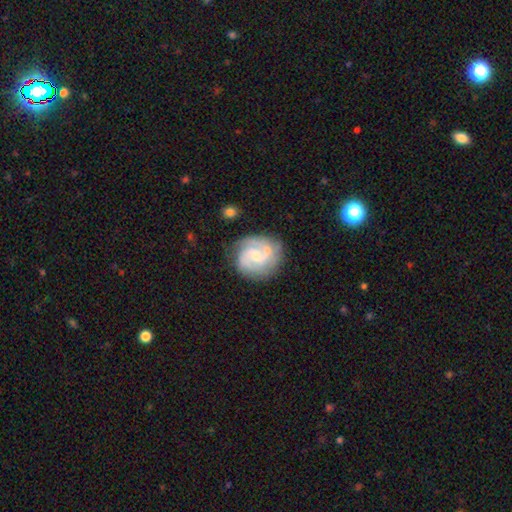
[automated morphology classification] smooth-or-featured: featured or disk: 86% | smooth: 9% | star or artifact: 5%
  disk-edge-on: no: 98% | yes: 2%
    bar: no: 51% | weak: 42% | strong: 7%
    has-spiral-arms: yes: 97% | no: 3%
      spiral-winding: tight: 46% | medium: 45% | loose: 9%
      spiral-arm-count: 2: 72% | 3: 14% | can't tell: 7% | 1: 3% | 4: 2% | more than 4: 2%
    bulge-size: small: 59% | moderate: 35% | none: 3% | large: 2% | dominant: 1%
  merging: none: 75% | minor disturbance: 16% | major disturbance: 6% | merger: 3%